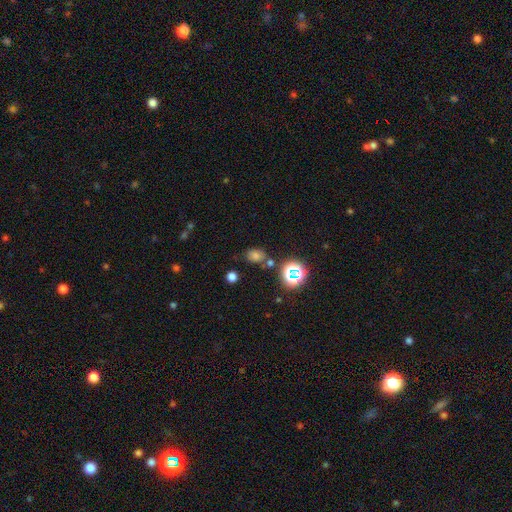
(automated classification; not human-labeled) The model was most divided on "how rounded": in between: 53%, round: 45%, cigar-shaped: 1%. More confident: merging — none (72%); smooth or featured — smooth (58%).